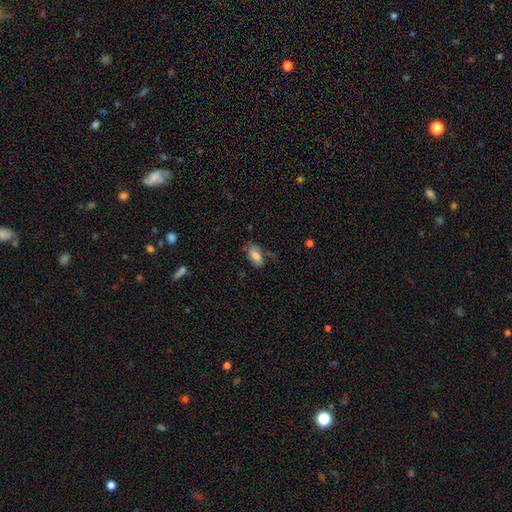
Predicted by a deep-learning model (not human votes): smooth_or_featured: smooth (p=0.79) [alt: featured or disk p=0.13]
how_rounded: in between (p=0.90) [alt: cigar-shaped p=0.06]
merging: none (p=0.62) [alt: minor disturbance p=0.25]